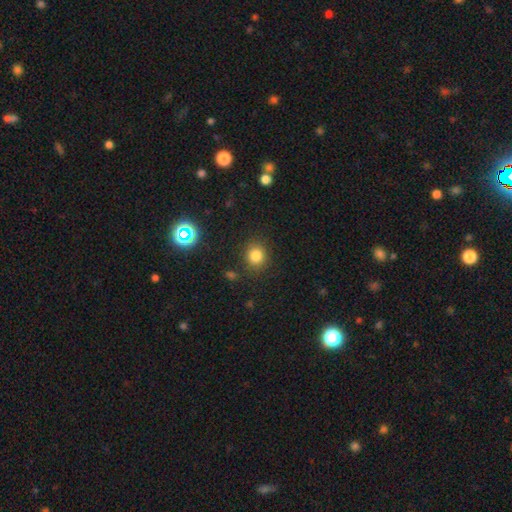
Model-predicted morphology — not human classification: Overall: smooth (79%). How rounded: round (83%). Merging: none (85%).